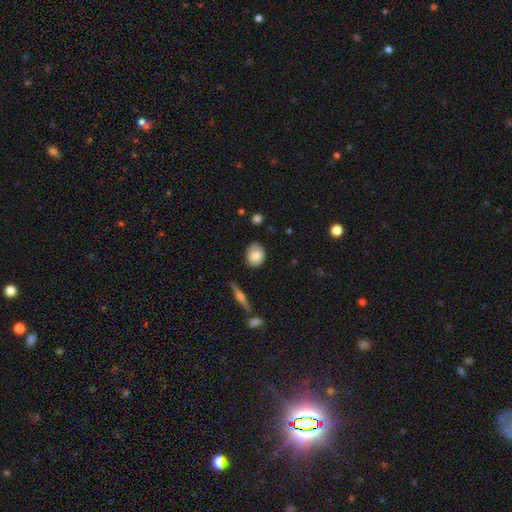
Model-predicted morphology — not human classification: Smooth or featured? Predicted: smooth (p=0.81). How rounded? Predicted: in between (p=0.53). Merging? Predicted: none (p=0.76).